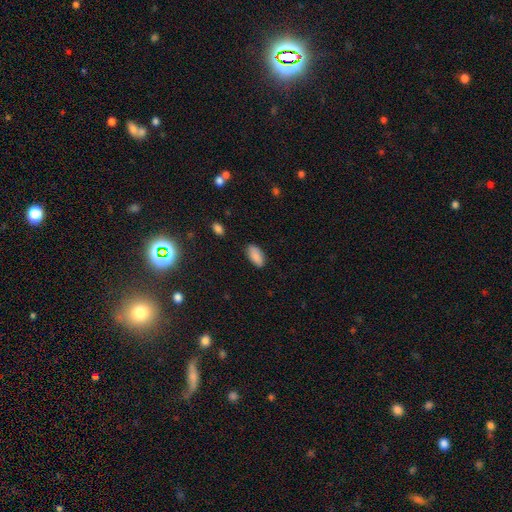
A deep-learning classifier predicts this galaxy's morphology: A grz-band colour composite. It shows a smooth galaxy with no disk features (89%) that is in between round and cigar-shaped (93%). Merging: none (84%).